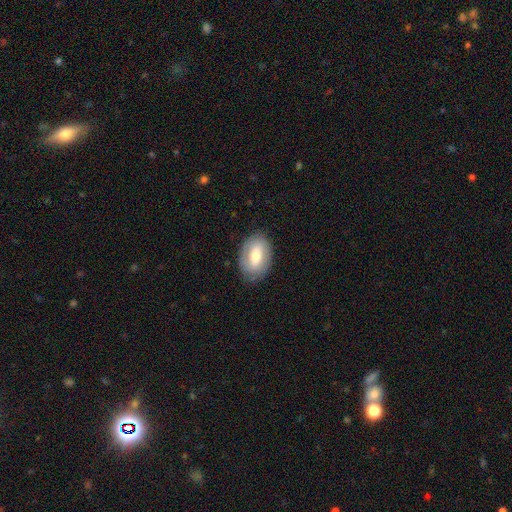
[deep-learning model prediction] This appears to be a smooth galaxy with no disk features (58%) that is in between round and cigar-shaped (87%). Merging: none (82%).